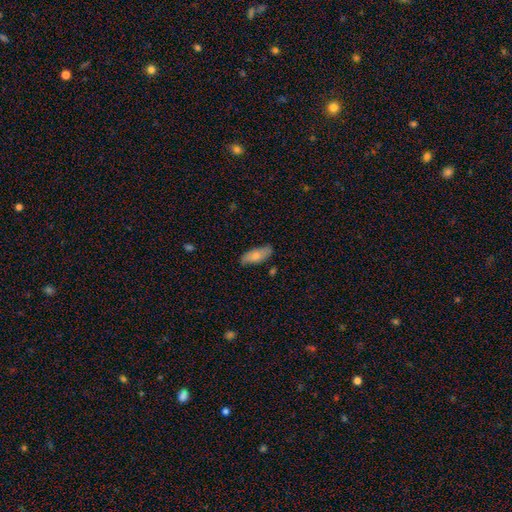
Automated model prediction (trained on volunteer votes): Smooth or featured? Predicted: smooth (p=0.75). How rounded? Predicted: in between (p=0.80). Merging? Predicted: none (p=0.77).